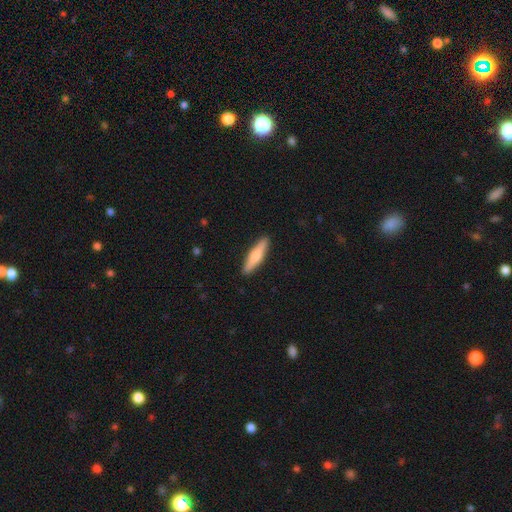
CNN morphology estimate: smooth 63%, featured or disk 32%, star or artifact 5%. Down the decision tree: how rounded — cigar-shaped (79%); merging — none (91%).